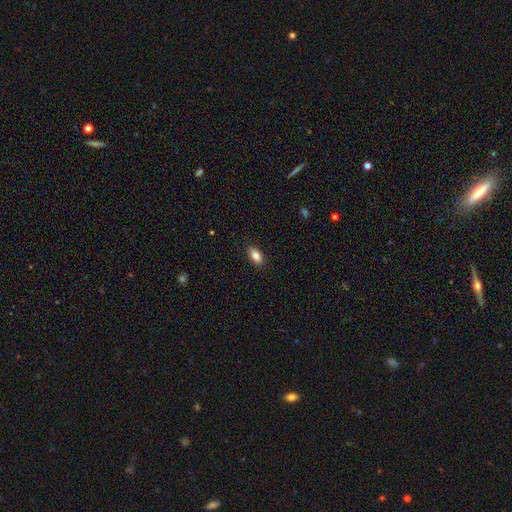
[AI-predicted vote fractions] The model was most divided on "smooth or featured": smooth: 83%, featured or disk: 9%, star or artifact: 8%. More confident: how rounded — in between (89%); merging — none (89%).